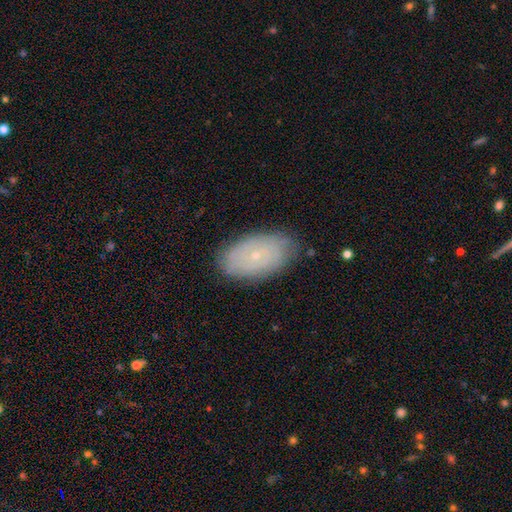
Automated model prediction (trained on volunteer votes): Smooth or featured? featured or disk (46%)
Merging? none (81%)